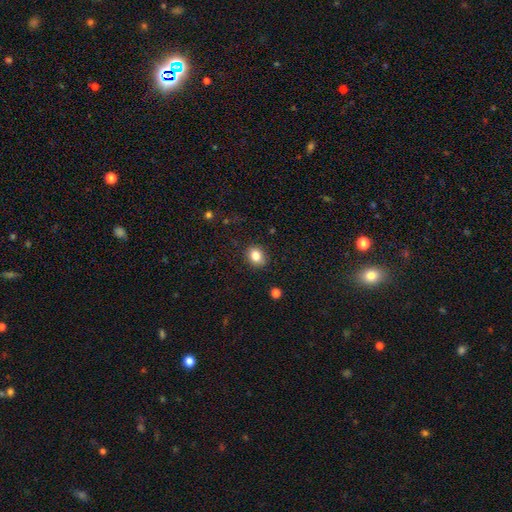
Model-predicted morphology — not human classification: This appears to be a smooth galaxy with no disk features (84%) that is round (53%). Merging: none (86%).